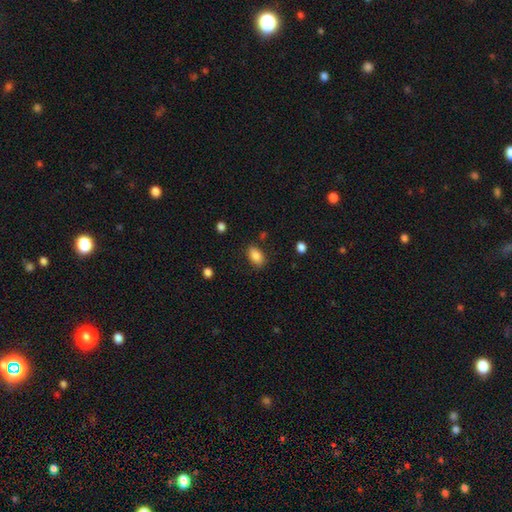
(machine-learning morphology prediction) A smooth galaxy with no disk features (85%) that is in between round and cigar-shaped (89%). Merging: none (83%).